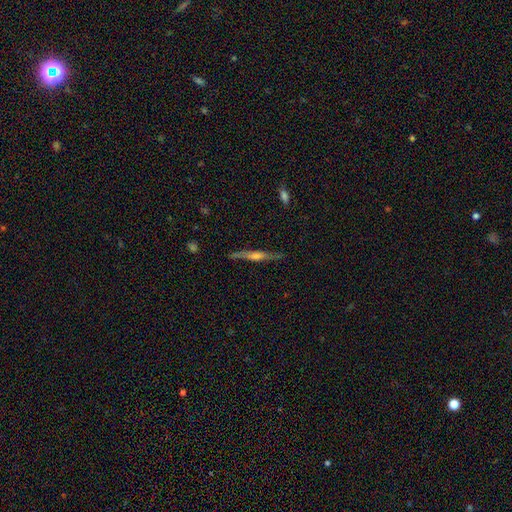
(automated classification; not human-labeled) Morphology: type=featured or disk (80%); edge-on=yes (97%); edge-on bulge=rounded (78%); merging=none (88%).